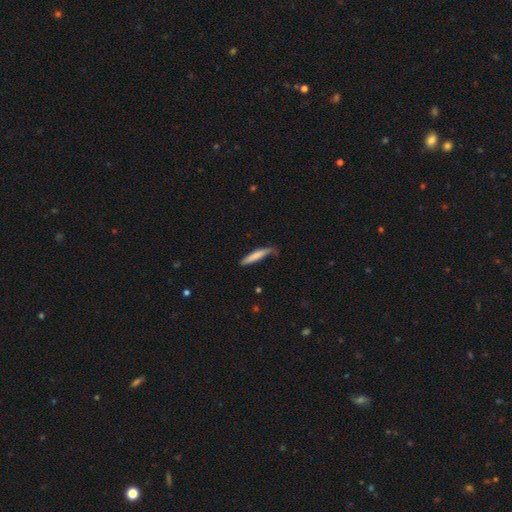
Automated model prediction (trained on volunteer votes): Smooth or featured?
  - smooth: 76% *
  - featured or disk: 19%
  - star or artifact: 6%
How rounded?
  - cigar-shaped: 90% *
  - in between: 9%
  - round: 1%
Merging?
  - none: 58% *
  - minor disturbance: 30%
  - major disturbance: 9%
  - merger: 3%